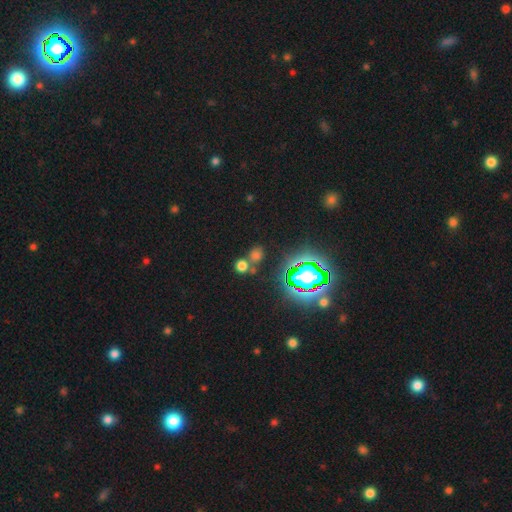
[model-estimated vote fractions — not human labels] A smooth galaxy with no disk features (55%) that is round (79%).

Vote fractions:
- Smooth or featured? smooth: 55% / star or artifact: 37% / featured or disk: 8%
- How rounded? round: 79% / in between: 20% / cigar-shaped: 2%
- Merging? none: 61% / merger: 26% / minor disturbance: 8% / major disturbance: 4%